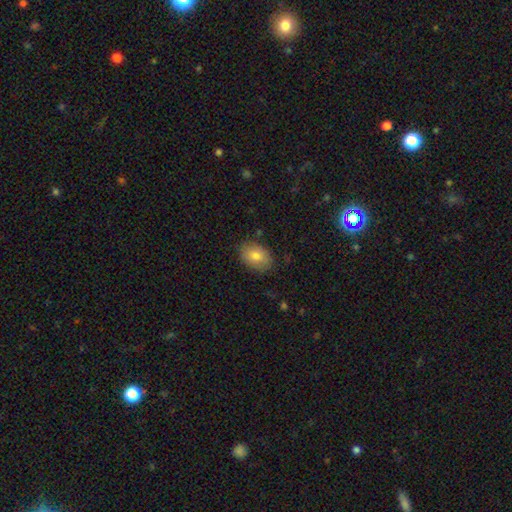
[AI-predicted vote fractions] A smooth galaxy with no disk features (79%) that is in between round and cigar-shaped (80%).

Vote fractions:
- Smooth or featured? smooth: 79% / featured or disk: 14% / star or artifact: 8%
- How rounded? in between: 80% / round: 19% / cigar-shaped: 1%
- Merging? none: 84% / minor disturbance: 12% / major disturbance: 3% / merger: 1%